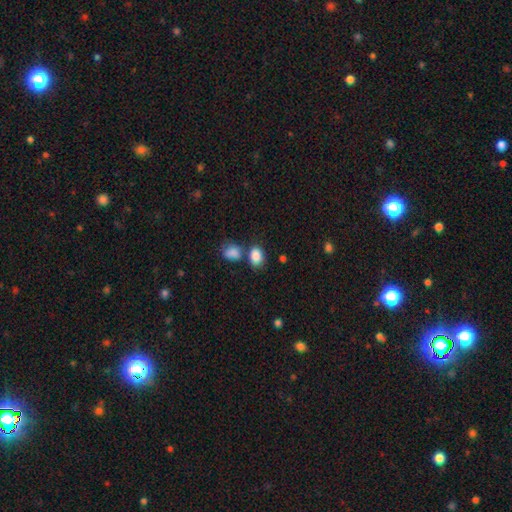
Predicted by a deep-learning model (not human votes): smooth_or_featured: smooth (p=0.86) [alt: star or artifact p=0.09]
how_rounded: in between (p=0.71) [alt: round p=0.28]
merging: none (p=0.55) [alt: merger p=0.26]